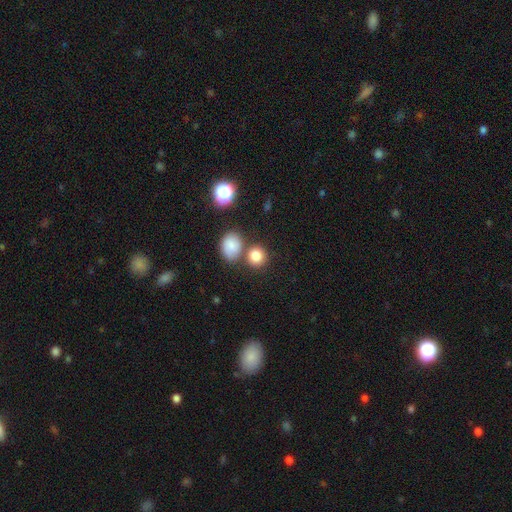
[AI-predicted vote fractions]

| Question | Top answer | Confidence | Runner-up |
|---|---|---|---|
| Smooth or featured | smooth | 83% | star or artifact (11%) |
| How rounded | round | 81% | in between (18%) |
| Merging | none | 66% | merger (21%) |